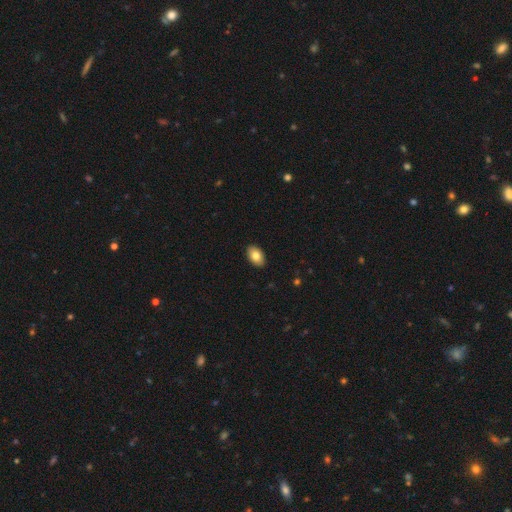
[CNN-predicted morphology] Q: Smooth or featured?
A: smooth (81%); runner-up: featured or disk (12%)
Q: How rounded?
A: in between (91%); runner-up: round (7%)
Q: Merging?
A: none (90%); runner-up: minor disturbance (8%)